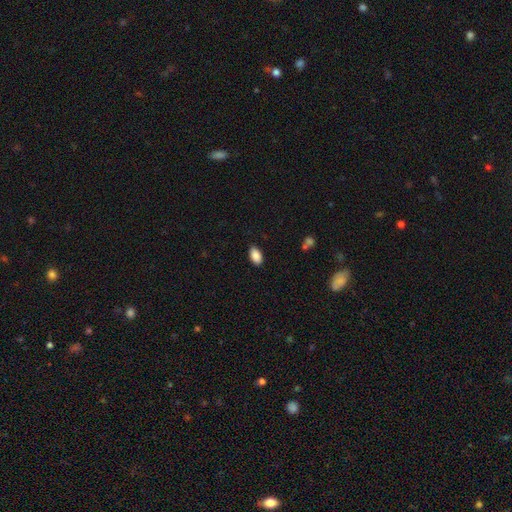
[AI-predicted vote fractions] smooth_or_featured: smooth (p=0.89) [alt: star or artifact p=0.07]
how_rounded: in between (p=0.94) [alt: round p=0.04]
merging: none (p=0.87) [alt: minor disturbance p=0.09]